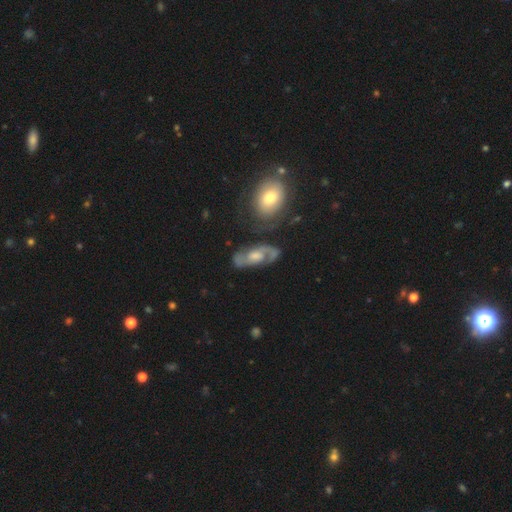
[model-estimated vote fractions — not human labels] Smooth or featured? featured or disk (83%)
Edge-on disk? no (94%)
Bar? no (53%)
Spiral arms? yes (93%)
Spiral winding? medium (53%)
Spiral arm count? 2 (89%)
Bulge size? moderate (50%)
Merging? none (69%)